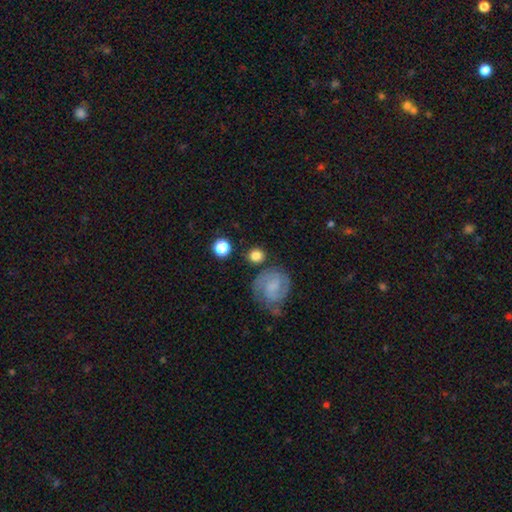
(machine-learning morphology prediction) The model was most divided on "smooth or featured": smooth: 76%, featured or disk: 15%, star or artifact: 9%. More confident: how rounded — round (85%); merging — none (78%).